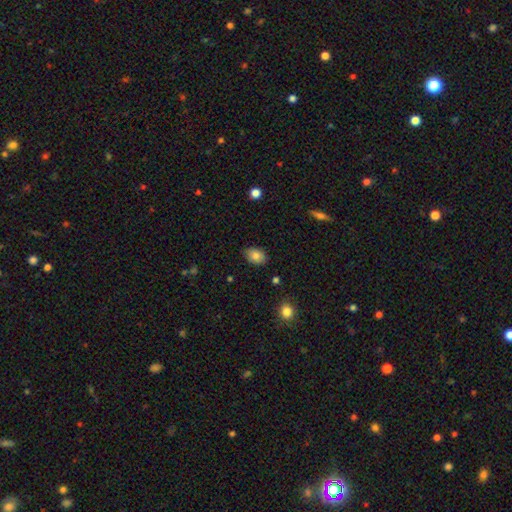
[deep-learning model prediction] Smooth or featured: smooth — 84% (star or artifact — 9%)
How rounded: in between — 76% (round — 23%)
Merging: none — 83% (minor disturbance — 13%)